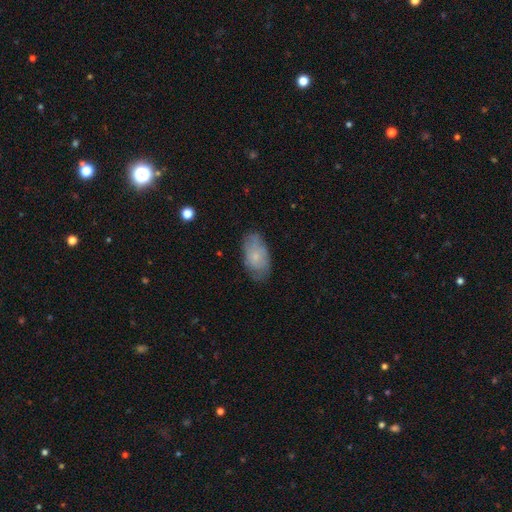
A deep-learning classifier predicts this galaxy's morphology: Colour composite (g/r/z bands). It shows a smooth galaxy with no disk features (60%) that is in between round and cigar-shaped (92%). Merging: none (69%).